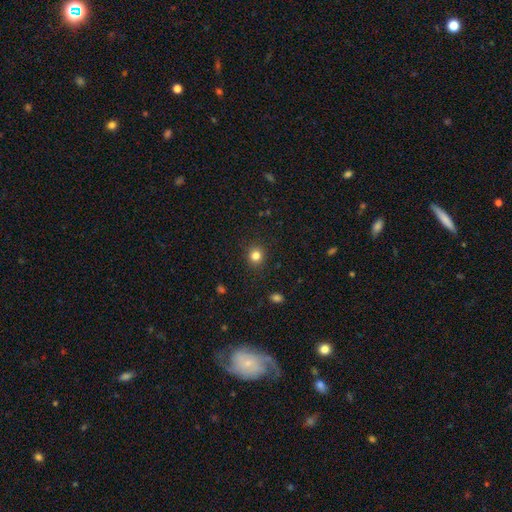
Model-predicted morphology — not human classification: Smooth or featured: smooth — 82% (star or artifact — 13%)
How rounded: round — 88% (in between — 11%)
Merging: none — 90% (minor disturbance — 6%)